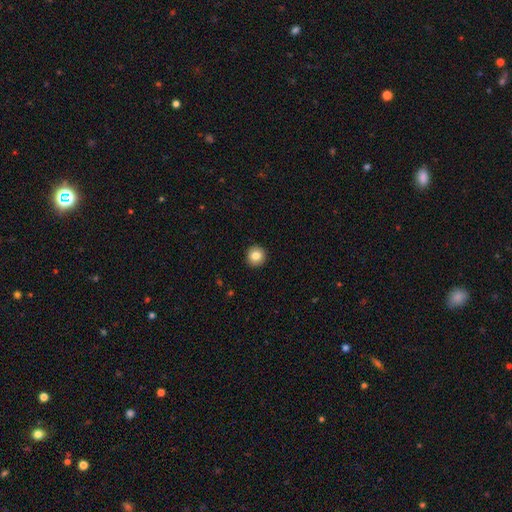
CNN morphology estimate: Smooth or featured: smooth — 83% (star or artifact — 9%)
How rounded: round — 94% (in between — 5%)
Merging: none — 93% (minor disturbance — 5%)